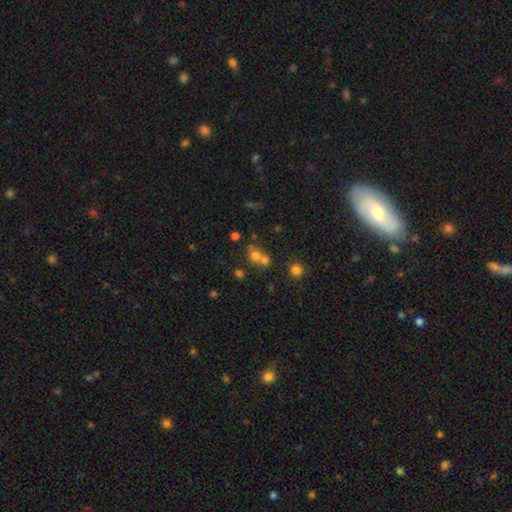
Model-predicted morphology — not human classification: Smooth or featured? smooth (64%)
How rounded? round (76%)
Merging? merger (52%)